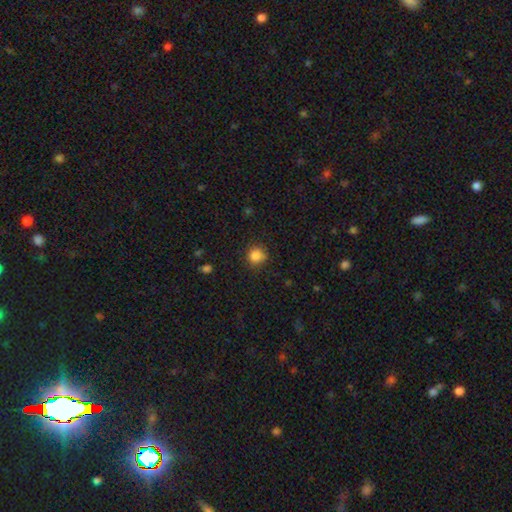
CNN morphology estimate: Q: Smooth or featured?
A: smooth (85%); runner-up: star or artifact (11%)
Q: How rounded?
A: round (91%); runner-up: in between (8%)
Q: Merging?
A: none (83%); runner-up: minor disturbance (13%)